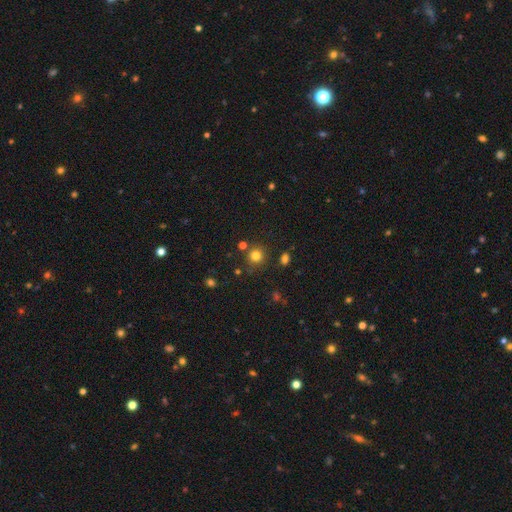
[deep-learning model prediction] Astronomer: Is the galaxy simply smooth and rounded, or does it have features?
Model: smooth — 79%.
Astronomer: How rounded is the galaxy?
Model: round — 91%.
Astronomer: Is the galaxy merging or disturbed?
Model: none — 81%.